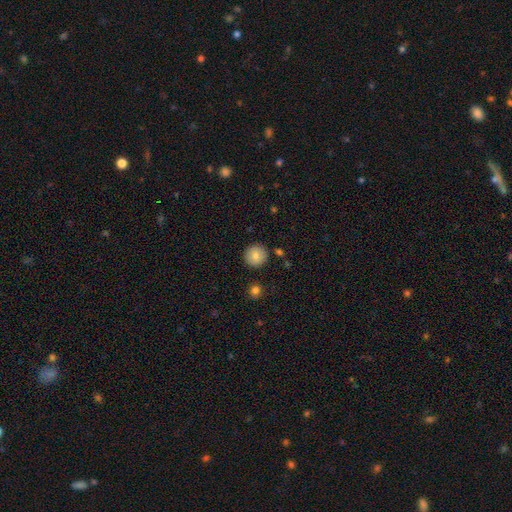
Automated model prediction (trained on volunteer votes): Smooth or featured?
  - smooth: 82% *
  - featured or disk: 10%
  - star or artifact: 8%
How rounded?
  - round: 95% *
  - in between: 4%
  - cigar-shaped: 1%
Merging?
  - none: 90% *
  - minor disturbance: 7%
  - merger: 2%
  - major disturbance: 2%